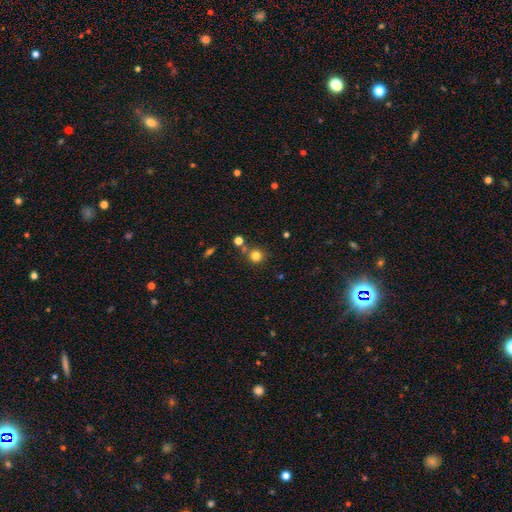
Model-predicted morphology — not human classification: Overall: smooth (79%). How rounded: round (92%). Merging: none (74%).